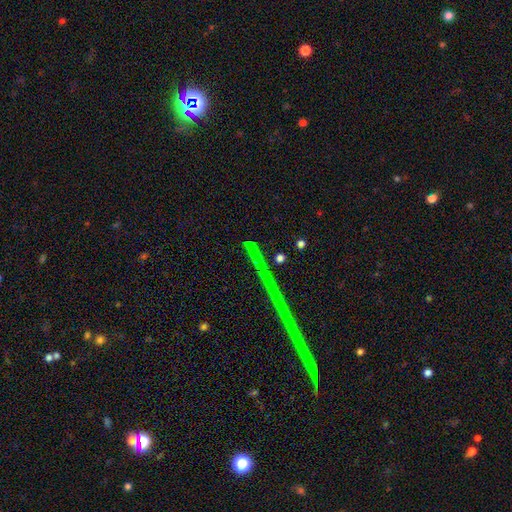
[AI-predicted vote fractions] smooth_or_featured: star or artifact (p=0.69) [alt: featured or disk p=0.15]